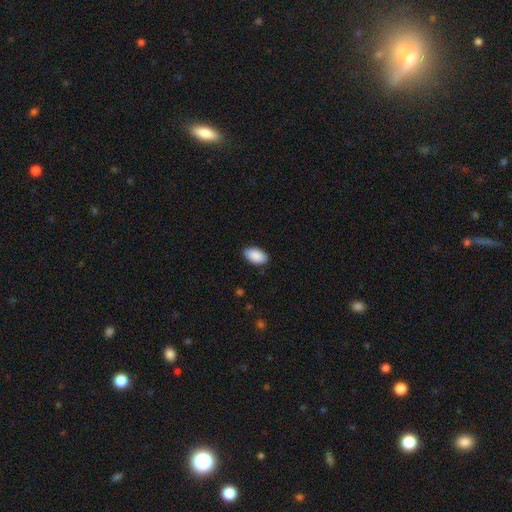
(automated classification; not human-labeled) This is clearly a smooth galaxy (91%). How rounded: clearly in between (94%). Merging: clearly none (87%).